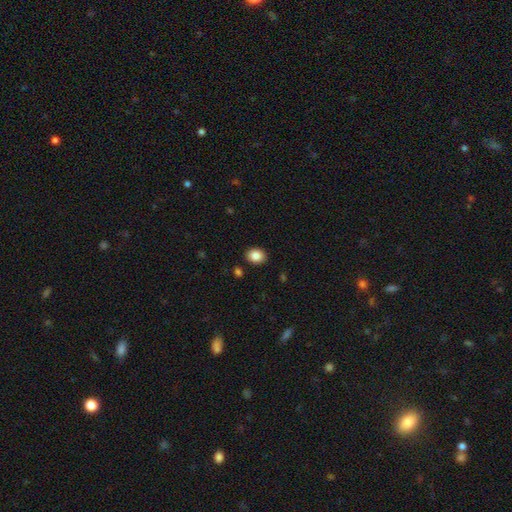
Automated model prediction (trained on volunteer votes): Smooth or featured?
  - smooth: 86% *
  - star or artifact: 9%
  - featured or disk: 5%
How rounded?
  - in between: 51% *
  - round: 48%
  - cigar-shaped: 1%
Merging?
  - none: 90% *
  - minor disturbance: 7%
  - major disturbance: 2%
  - merger: 2%